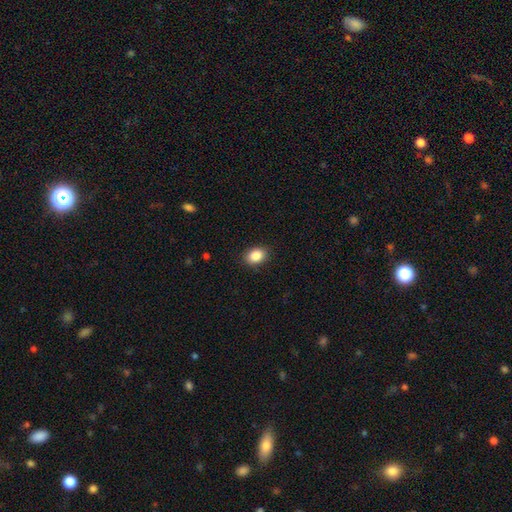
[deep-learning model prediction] A smooth galaxy with no disk features (87%) that is in between round and cigar-shaped (72%).

Vote fractions:
- Smooth or featured? smooth: 87% / star or artifact: 8% / featured or disk: 4%
- How rounded? in between: 72% / round: 27% / cigar-shaped: 1%
- Merging? none: 88% / minor disturbance: 8% / major disturbance: 2% / merger: 1%